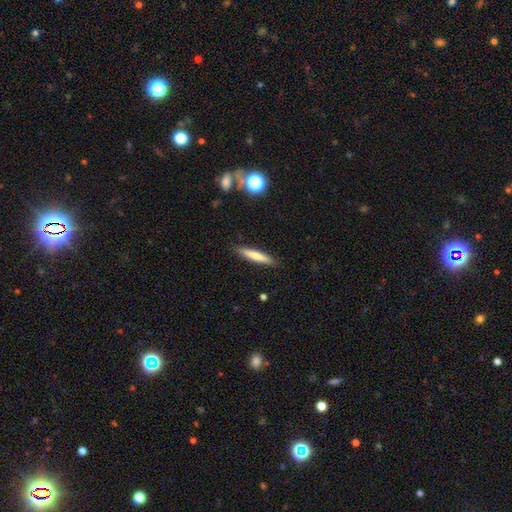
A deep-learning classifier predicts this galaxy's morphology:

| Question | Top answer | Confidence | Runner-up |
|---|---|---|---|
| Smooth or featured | smooth | 70% | featured or disk (23%) |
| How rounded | cigar-shaped | 90% | in between (9%) |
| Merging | none | 89% | minor disturbance (8%) |